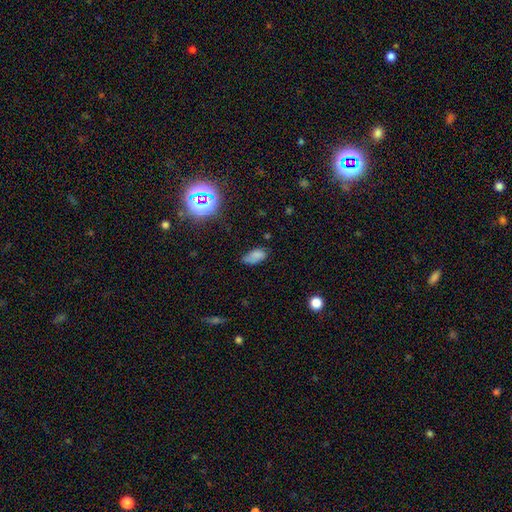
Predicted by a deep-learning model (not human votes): This appears to be a smooth galaxy with no disk features (74%) that is in between round and cigar-shaped (90%). Merging: none (57%).